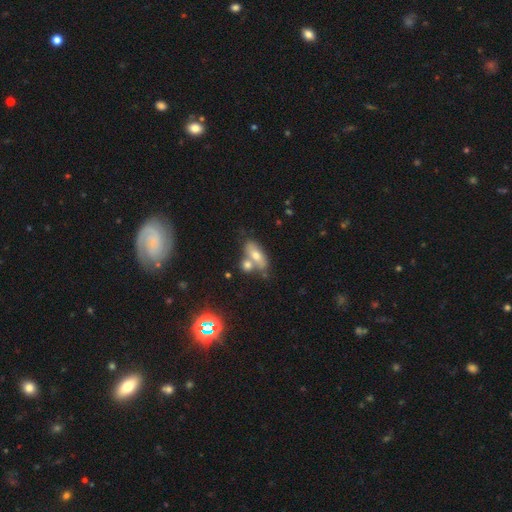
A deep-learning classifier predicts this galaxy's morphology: A smooth galaxy with no disk features (58%) that is in between round and cigar-shaped (76%). Merging: none (46%).